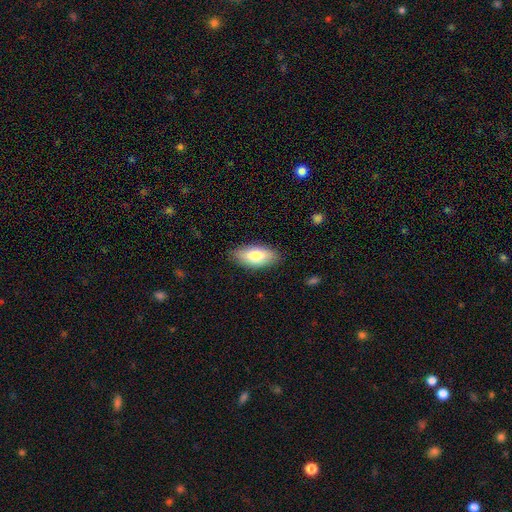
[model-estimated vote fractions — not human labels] This appears to be a smooth galaxy with no disk features (77%) that is in between round and cigar-shaped (87%). Merging: none (85%).